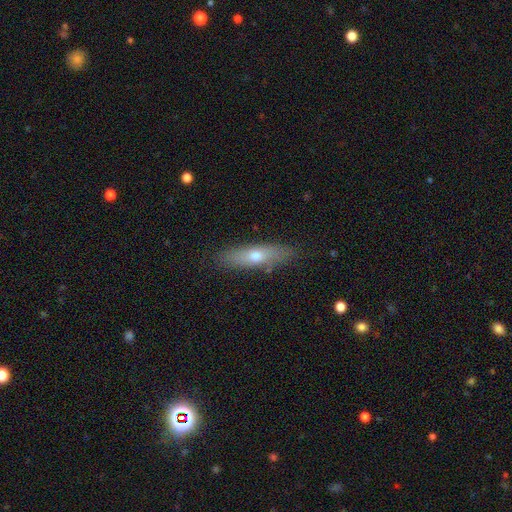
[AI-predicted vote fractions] Smooth or featured?
  - smooth: 60% *
  - featured or disk: 33%
  - star or artifact: 7%
How rounded?
  - cigar-shaped: 66% *
  - in between: 31%
  - round: 3%
Merging?
  - none: 84% *
  - minor disturbance: 12%
  - major disturbance: 3%
  - merger: 2%